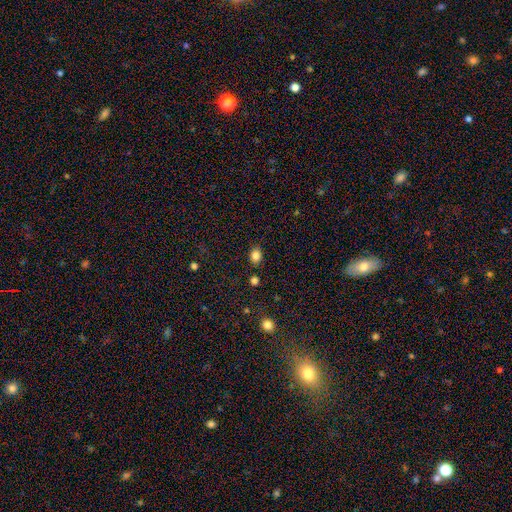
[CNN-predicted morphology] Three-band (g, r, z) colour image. It shows a smooth galaxy with no disk features (83%) that is in between round and cigar-shaped (61%). Merging: none (83%).